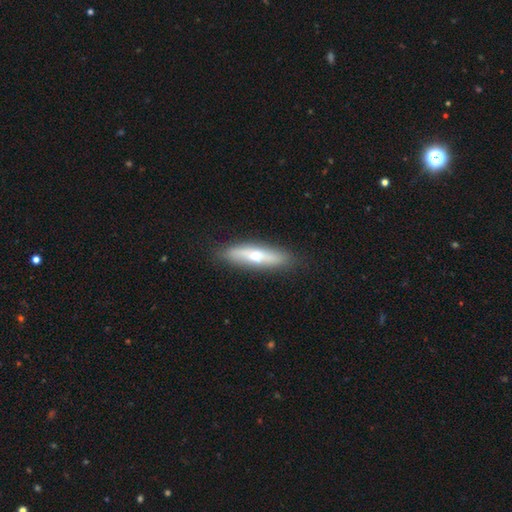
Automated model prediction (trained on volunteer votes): smooth_or_featured: featured or disk (p=0.52) [alt: smooth p=0.42]
disk_edge_on: yes (p=0.76) [alt: no p=0.24]
merging: none (p=0.87) [alt: minor disturbance p=0.10]